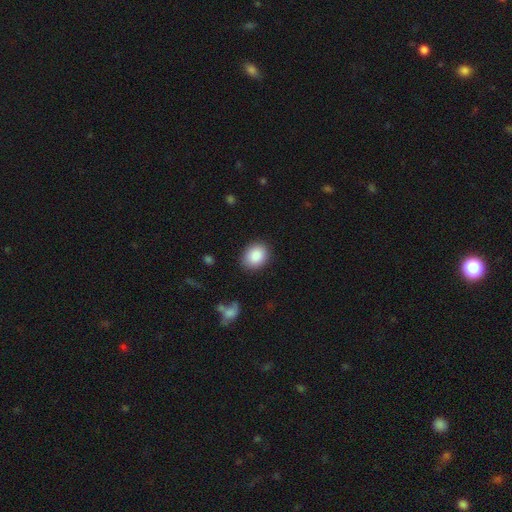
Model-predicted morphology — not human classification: Overall: smooth (89%). How rounded: in between (54%; round 45%). Merging: none (88%).